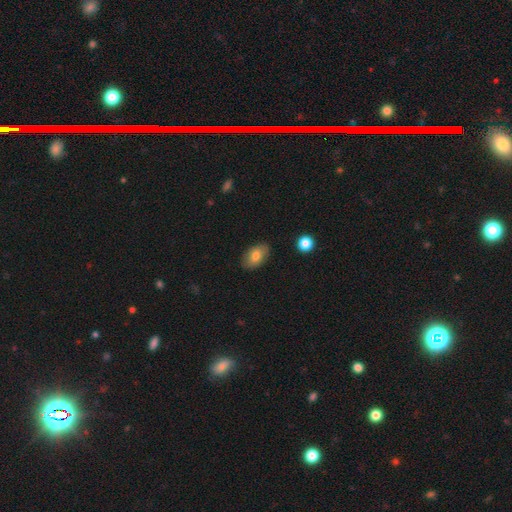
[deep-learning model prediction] Q: Smooth or featured?
A: smooth (78%); runner-up: featured or disk (15%)
Q: How rounded?
A: in between (91%); runner-up: round (8%)
Q: Merging?
A: none (84%); runner-up: minor disturbance (12%)